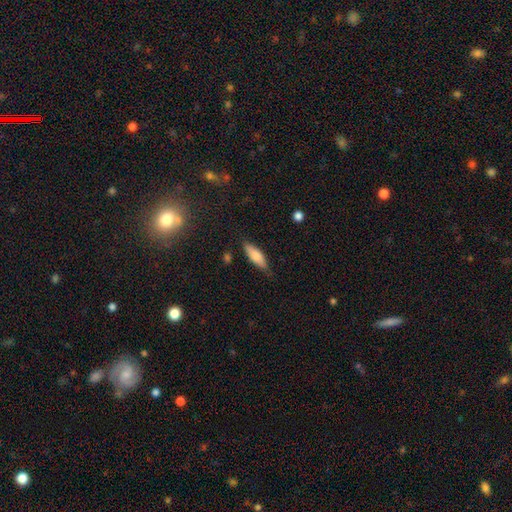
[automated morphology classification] The model was most divided on "how rounded": in between: 58%, cigar-shaped: 41%, round: 2%. More confident: smooth or featured — smooth (78%); merging — none (77%).